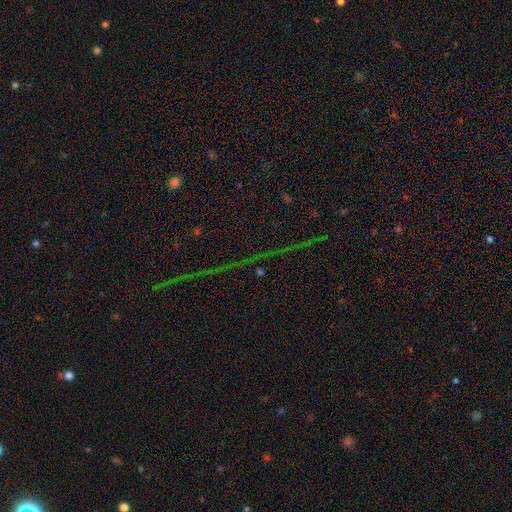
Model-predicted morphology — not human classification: The model was most divided on "smooth or featured": star or artifact: 79%, smooth: 11%, featured or disk: 10%.